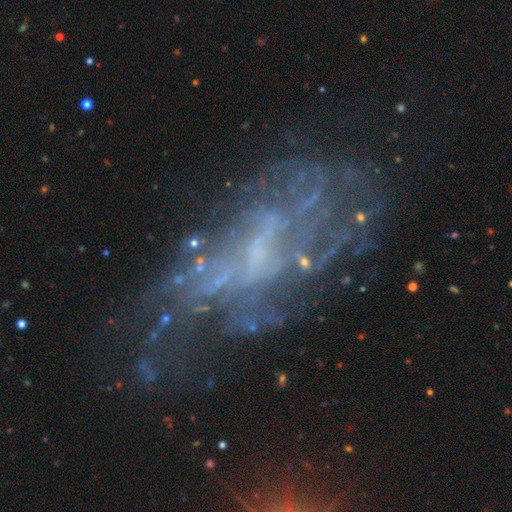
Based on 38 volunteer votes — This appears to be a featured or disk galaxy (87%) with a weak bar (54%), medium (50%) spiral arms (85%) and no central bulge (54%). Merging: none (49%).